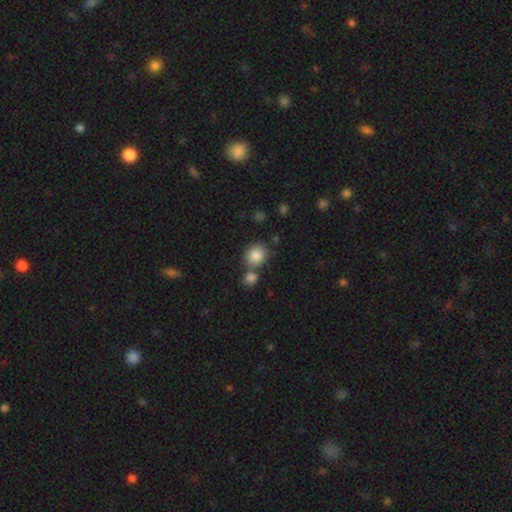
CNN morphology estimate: A smooth galaxy with no disk features (85%) that is round (73%). Merging: none (59%).